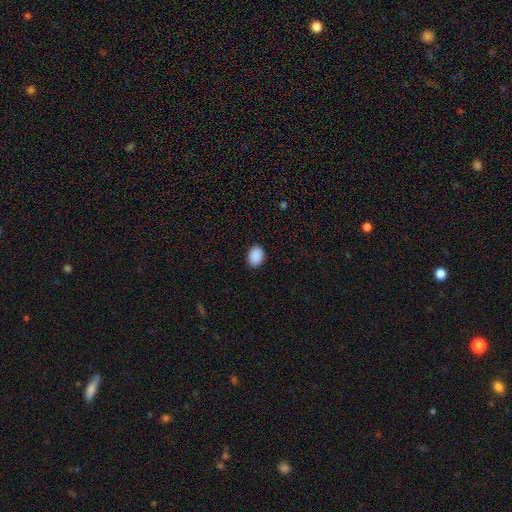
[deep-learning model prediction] Morphology: type=smooth (90%); roundness=in between (67%); merging=none (89%).